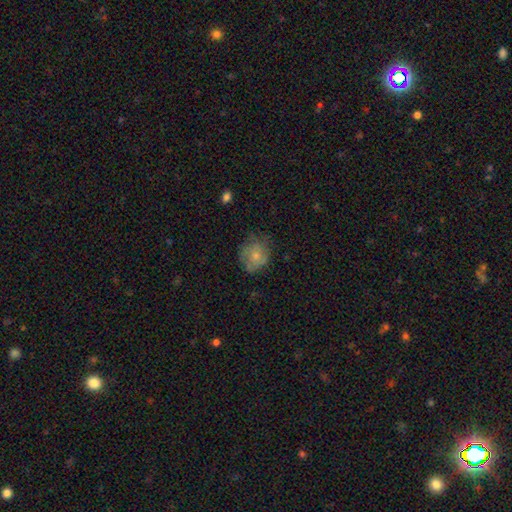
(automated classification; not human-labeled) This appears to be a smooth galaxy with no disk features (52%) that is round (71%). Merging: none (60%).